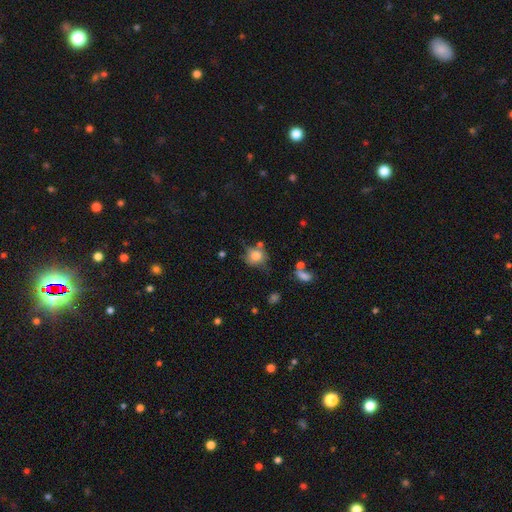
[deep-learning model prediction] Overall: smooth (74%). How rounded: round (80%). Merging: none (57%; minor disturbance 24%).